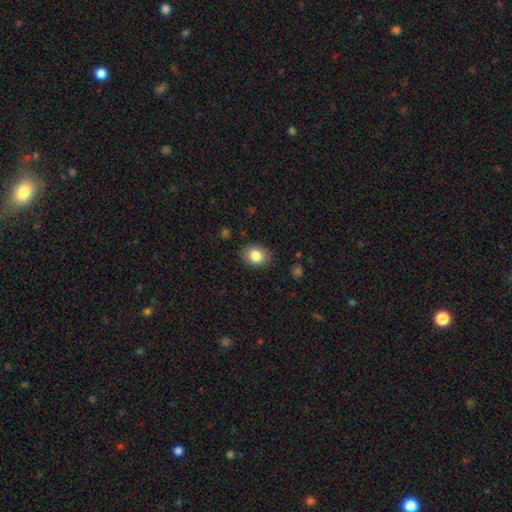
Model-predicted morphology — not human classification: Smooth or featured? smooth (84%)
How rounded? in between (58%)
Merging? none (87%)